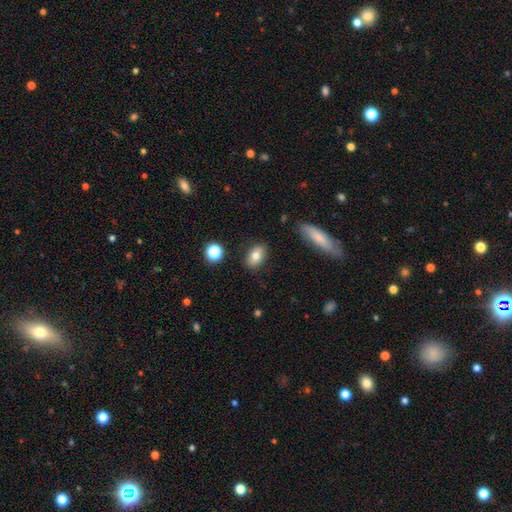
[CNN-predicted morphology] The model was most divided on "smooth or featured": smooth: 77%, featured or disk: 14%, star or artifact: 9%. More confident: merging — none (85%); how rounded — in between (83%).